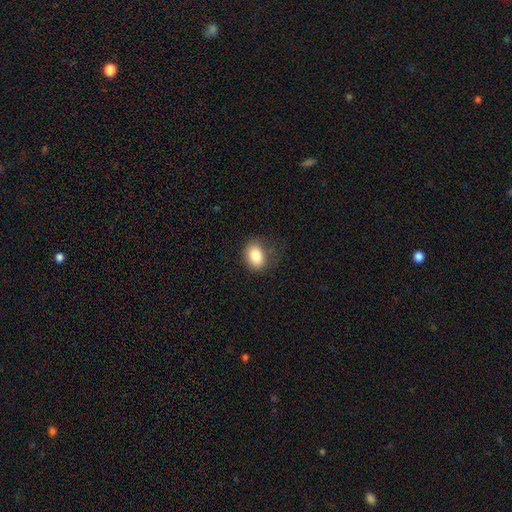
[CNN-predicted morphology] Smooth or featured: smooth — 85% (star or artifact — 9%)
How rounded: in between — 71% (round — 28%)
Merging: none — 72% (minor disturbance — 19%)